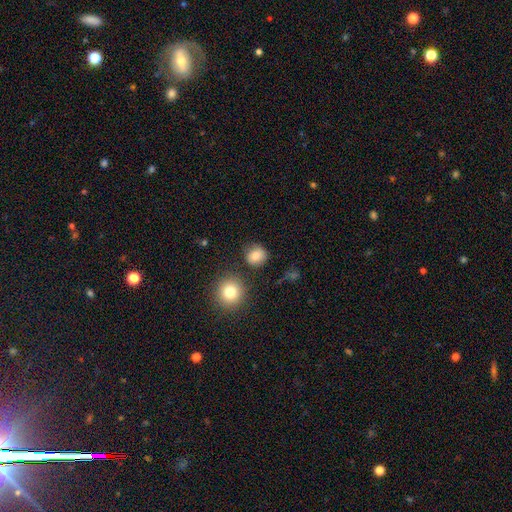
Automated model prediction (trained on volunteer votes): Overall: smooth (84%). How rounded: round (81%). Merging: none (78%).